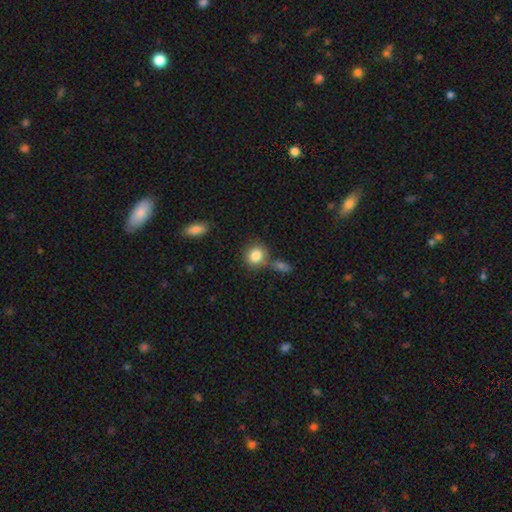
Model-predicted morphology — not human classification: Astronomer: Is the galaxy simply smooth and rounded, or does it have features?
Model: smooth — 84%.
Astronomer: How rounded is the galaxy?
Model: round — 69%.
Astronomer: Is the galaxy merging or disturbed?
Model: none — 66%.